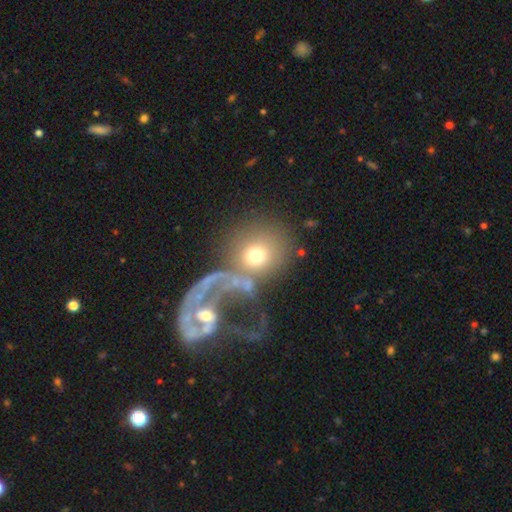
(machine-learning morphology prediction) This is possibly a smooth galaxy (55%). How rounded: likely round (78%). Merging: marginally merger (39%).